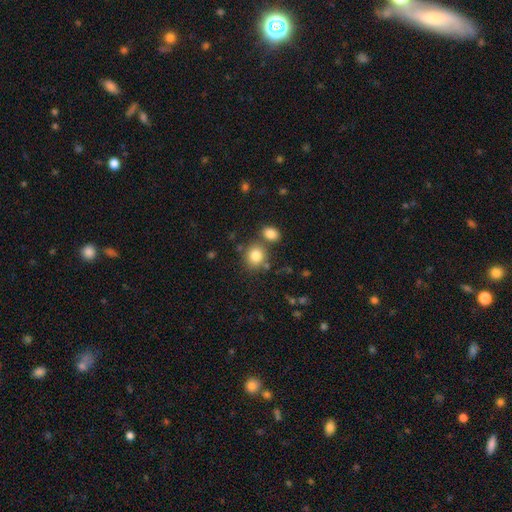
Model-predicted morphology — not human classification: Overall: smooth (82%). How rounded: round (76%). Merging: none (66%).